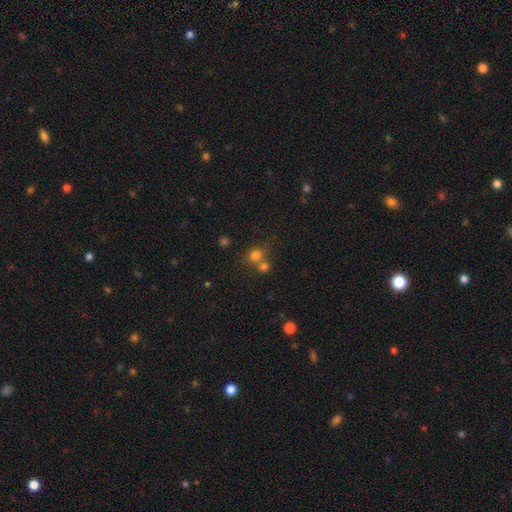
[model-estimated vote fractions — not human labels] A smooth galaxy with no disk features (76%) that is round (85%).

Vote fractions:
- Smooth or featured? smooth: 76% / star or artifact: 16% / featured or disk: 8%
- How rounded? round: 85% / in between: 14% / cigar-shaped: 1%
- Merging? none: 51% / merger: 39% / minor disturbance: 7% / major disturbance: 3%